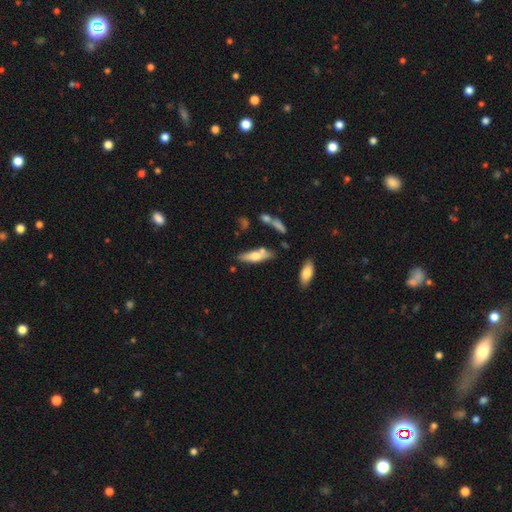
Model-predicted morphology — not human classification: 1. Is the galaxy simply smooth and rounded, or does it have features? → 58% smooth, 35% featured or disk, 6% star or artifact.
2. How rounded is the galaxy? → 58% cigar-shaped, 40% in between, 2% round.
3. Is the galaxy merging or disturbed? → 67% none, 17% minor disturbance, 12% merger, 5% major disturbance.